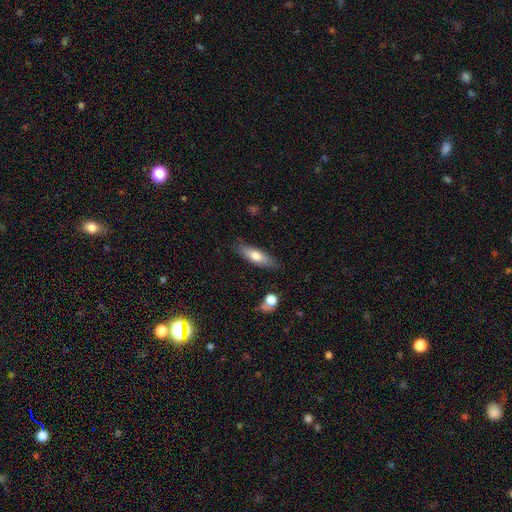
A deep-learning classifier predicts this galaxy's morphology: smooth-or-featured: smooth: 65% | featured or disk: 29% | star or artifact: 6%
  how-rounded: cigar-shaped: 58% | in between: 40% | round: 2%
  merging: none: 83% | minor disturbance: 12% | major disturbance: 3% | merger: 2%